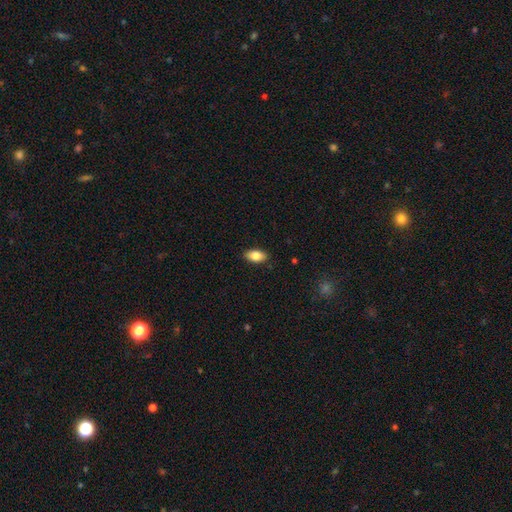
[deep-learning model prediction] smooth_or_featured: smooth (p=0.83) [alt: featured or disk p=0.09]
how_rounded: in between (p=0.92) [alt: round p=0.04]
merging: none (p=0.88) [alt: minor disturbance p=0.09]